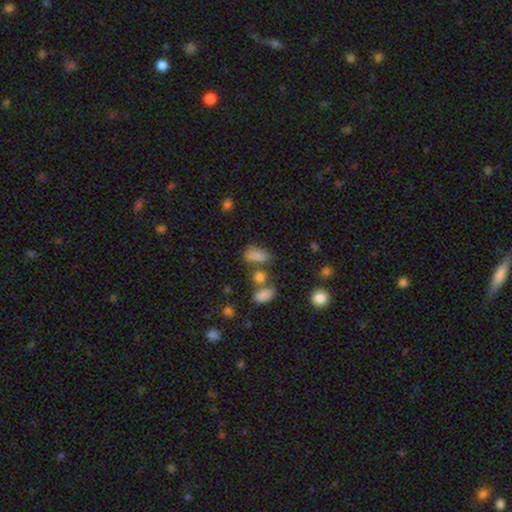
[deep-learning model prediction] A smooth galaxy with no disk features (76%) that is in between round and cigar-shaped (87%).

Vote fractions:
- Smooth or featured? smooth: 76% / star or artifact: 13% / featured or disk: 10%
- How rounded? in between: 87% / round: 9% / cigar-shaped: 4%
- Merging? none: 39% / merger: 28% / minor disturbance: 20% / major disturbance: 13%